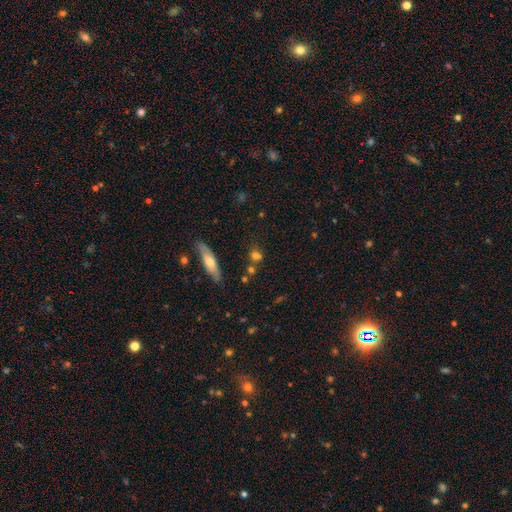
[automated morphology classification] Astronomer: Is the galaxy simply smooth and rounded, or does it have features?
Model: smooth — 66%.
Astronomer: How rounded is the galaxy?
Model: round — 59%.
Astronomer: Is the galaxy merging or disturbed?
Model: none — 61%.